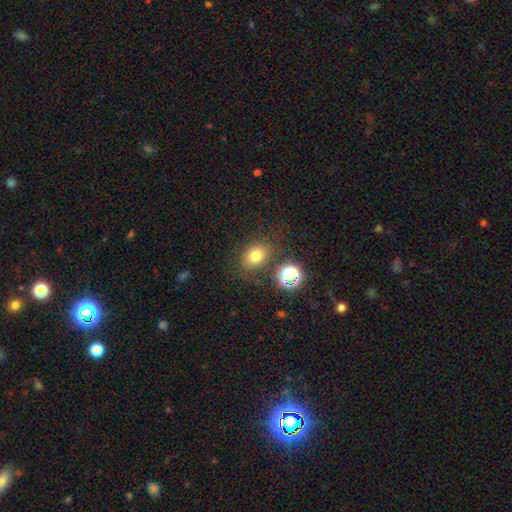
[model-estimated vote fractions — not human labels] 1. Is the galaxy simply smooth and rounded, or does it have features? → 72% smooth, 18% star or artifact, 10% featured or disk.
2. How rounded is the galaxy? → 51% in between, 48% round, 1% cigar-shaped.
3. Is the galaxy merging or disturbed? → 78% none, 12% minor disturbance, 5% merger, 4% major disturbance.